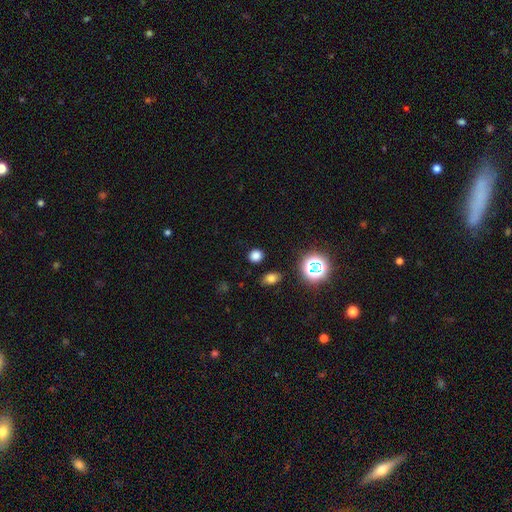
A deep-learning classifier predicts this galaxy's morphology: smooth 74%, star or artifact 21%, featured or disk 5%. Down the decision tree: how rounded — round (69%); merging — none (86%).